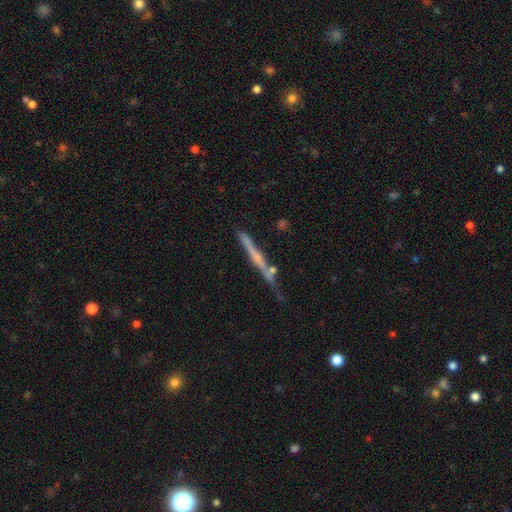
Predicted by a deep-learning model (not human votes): Smooth or featured? Predicted: featured or disk (p=0.58). Edge-on disk? Predicted: yes (p=0.93). Edge-on bulge? Predicted: none (p=0.66). Merging? Predicted: none (p=0.67).